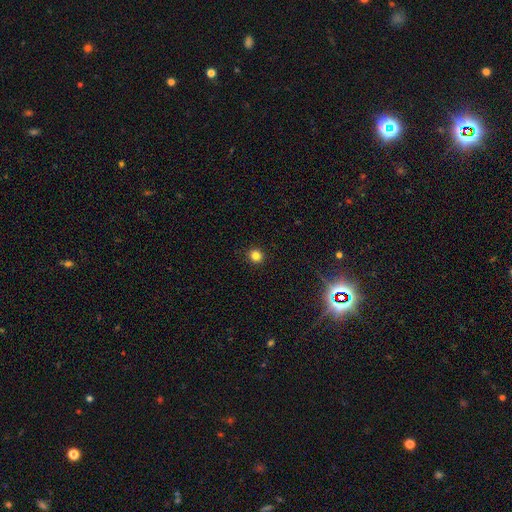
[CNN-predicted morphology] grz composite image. It shows a smooth galaxy with no disk features (82%) that is round (93%). Merging: none (92%).